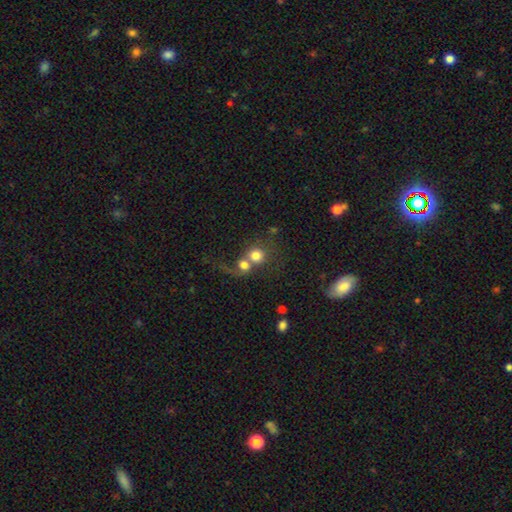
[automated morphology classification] Smooth or featured?
  - smooth: 71% *
  - featured or disk: 19%
  - star or artifact: 10%
How rounded?
  - round: 81% *
  - in between: 17%
  - cigar-shaped: 1%
Merging?
  - merger: 66% *
  - none: 20%
  - major disturbance: 9%
  - minor disturbance: 5%